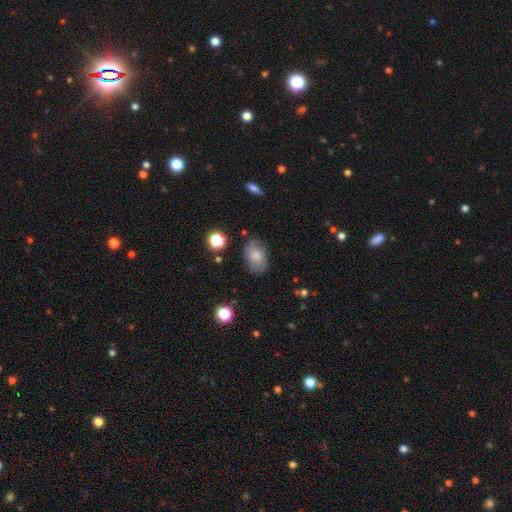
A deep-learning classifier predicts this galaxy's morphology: type=smooth (66%); roundness=in between (85%); merging=none (71%).